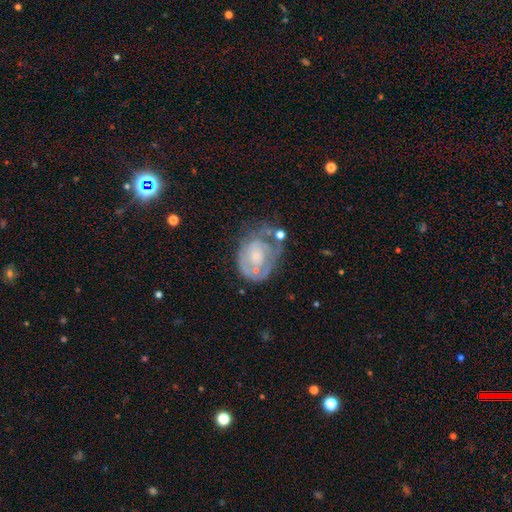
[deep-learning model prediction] smooth_or_featured: featured or disk (p=0.67) [alt: smooth p=0.26]
disk_edge_on: no (p=0.97) [alt: yes p=0.03]
bar: no (p=0.77) [alt: weak p=0.20]
has_spiral_arms: yes (p=0.61) [alt: no p=0.39]
bulge_size: small (p=0.43) [alt: moderate p=0.34]
merging: none (p=0.36) [alt: major disturbance p=0.28]